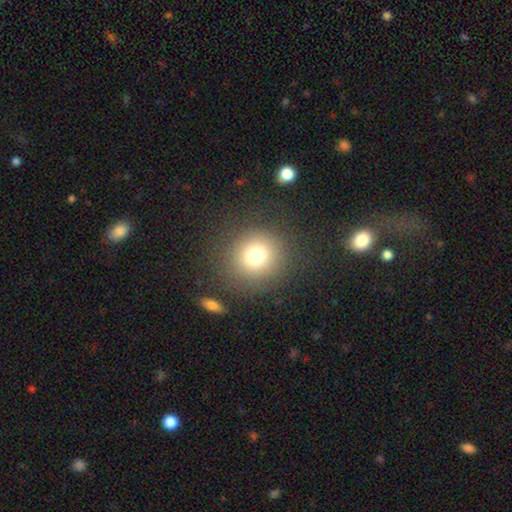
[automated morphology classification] type=smooth (74%); roundness=round (90%); merging=none (85%).